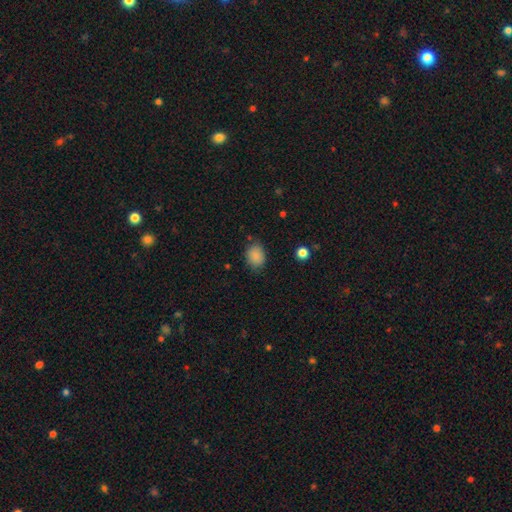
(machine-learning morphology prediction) A smooth galaxy with no disk features (86%) that is in between round and cigar-shaped (54%). Merging: none (78%).